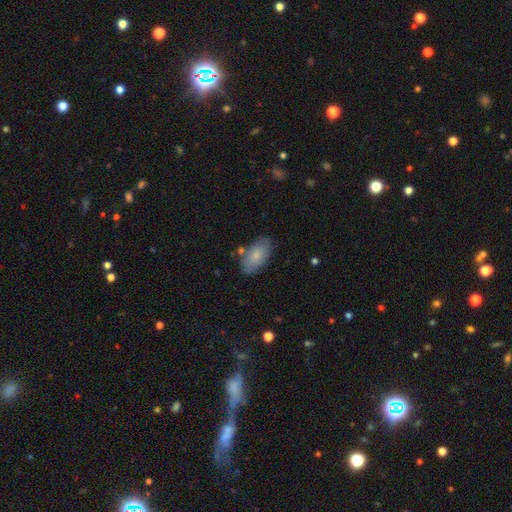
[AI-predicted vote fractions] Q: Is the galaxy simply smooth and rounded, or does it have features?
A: smooth — 78%.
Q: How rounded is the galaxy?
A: in between — 93%.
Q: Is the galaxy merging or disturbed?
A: none — 77%.